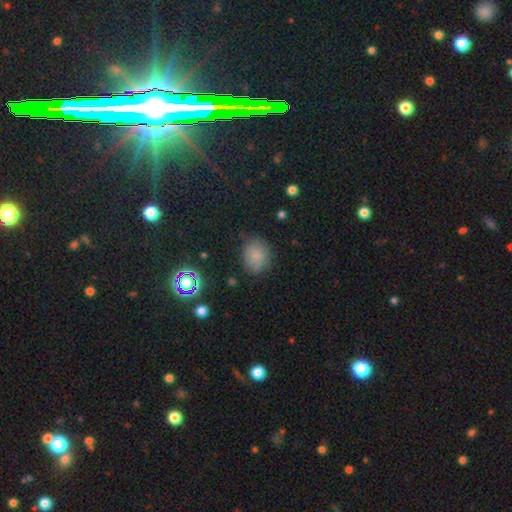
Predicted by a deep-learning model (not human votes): smooth_or_featured: smooth (p=0.75) [alt: star or artifact p=0.16]
how_rounded: round (p=0.50) [alt: in between p=0.49]
merging: none (p=0.73) [alt: minor disturbance p=0.20]